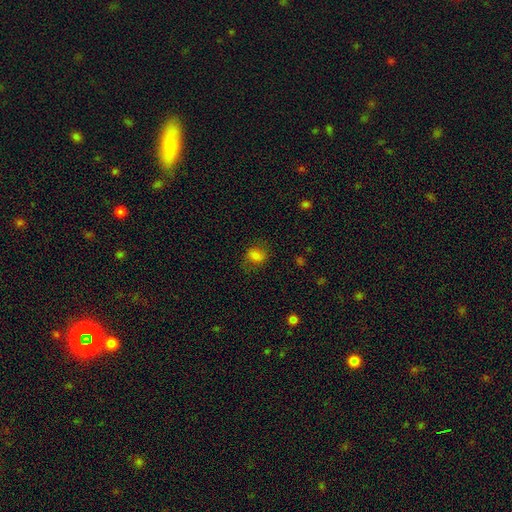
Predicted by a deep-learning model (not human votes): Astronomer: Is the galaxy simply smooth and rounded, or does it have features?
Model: smooth — 78%.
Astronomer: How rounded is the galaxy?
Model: round — 54% (runner-up: in between, 45%).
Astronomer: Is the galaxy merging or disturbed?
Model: none — 72%.